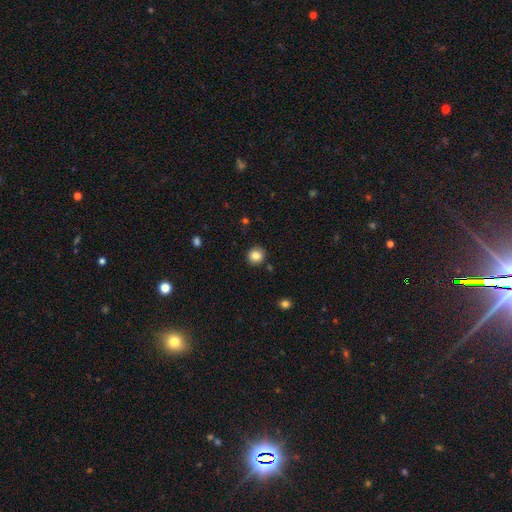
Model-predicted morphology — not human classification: This is clearly a smooth galaxy (84%). How rounded: clearly round (89%). Merging: clearly none (90%).